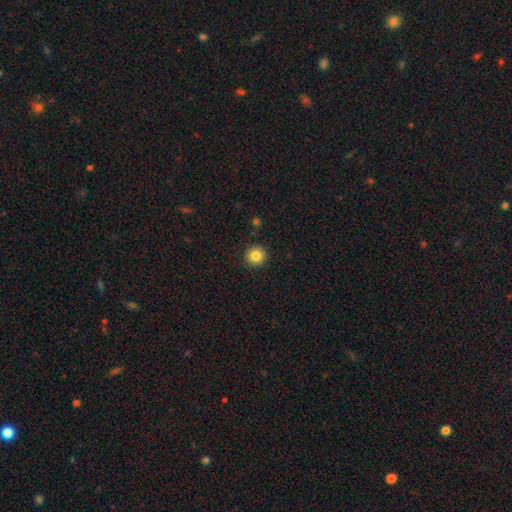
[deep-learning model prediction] Morphology: type=smooth (85%); roundness=round (95%); merging=none (93%).